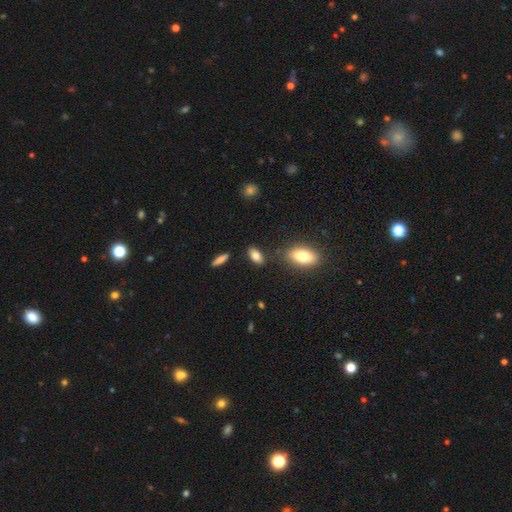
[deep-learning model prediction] Smooth or featured?
  - smooth: 80% *
  - featured or disk: 11%
  - star or artifact: 9%
How rounded?
  - in between: 84% *
  - cigar-shaped: 11%
  - round: 5%
Merging?
  - none: 79% *
  - minor disturbance: 13%
  - merger: 5%
  - major disturbance: 3%